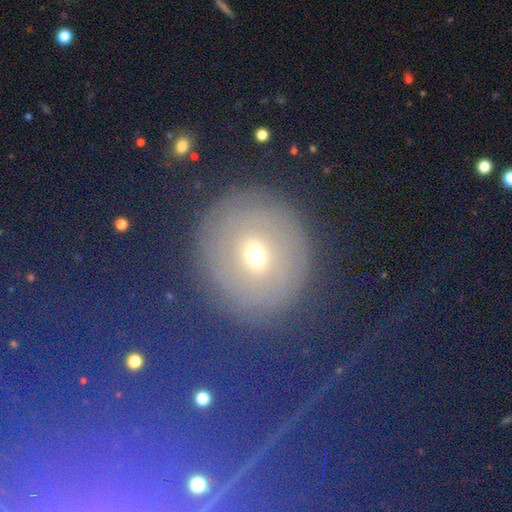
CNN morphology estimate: Q: Smooth or featured?
A: featured or disk (39%); runner-up: star or artifact (31%)
Q: Merging?
A: none (86%); runner-up: minor disturbance (8%)